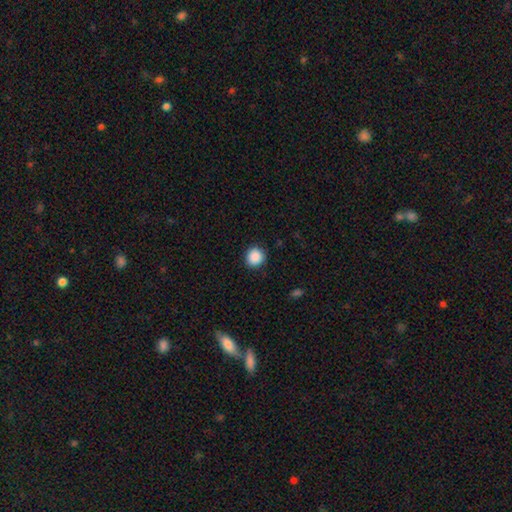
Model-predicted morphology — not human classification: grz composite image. It shows a smooth galaxy with no disk features (89%) that is round (91%). Merging: none (90%).